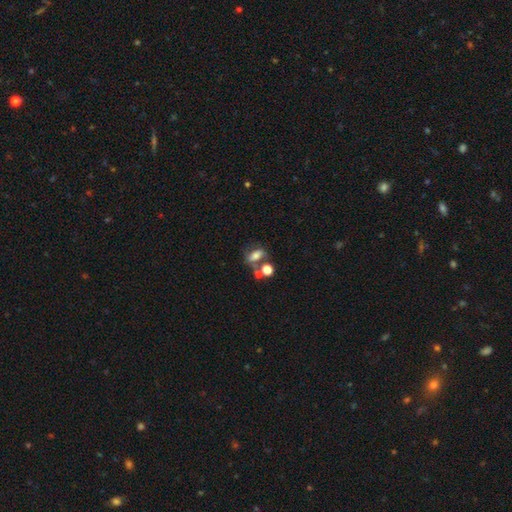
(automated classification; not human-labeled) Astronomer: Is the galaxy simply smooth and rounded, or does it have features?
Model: smooth — 60%.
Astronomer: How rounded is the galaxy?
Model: in between — 76%.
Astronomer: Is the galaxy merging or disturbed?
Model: none — 40% (runner-up: merger, 31%).